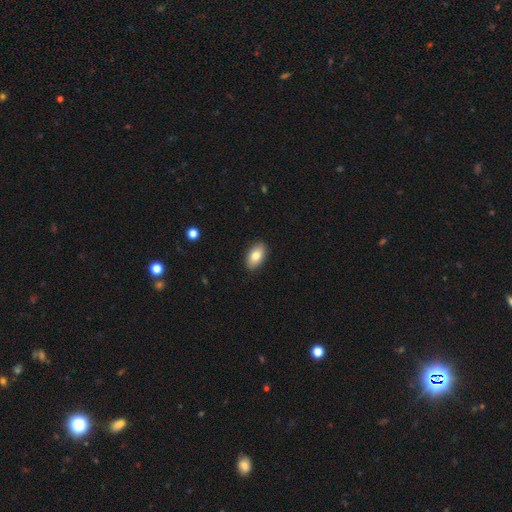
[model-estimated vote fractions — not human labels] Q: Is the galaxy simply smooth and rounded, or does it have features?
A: smooth — 82%.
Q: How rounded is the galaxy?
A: in between — 93%.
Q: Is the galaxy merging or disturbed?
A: none — 90%.